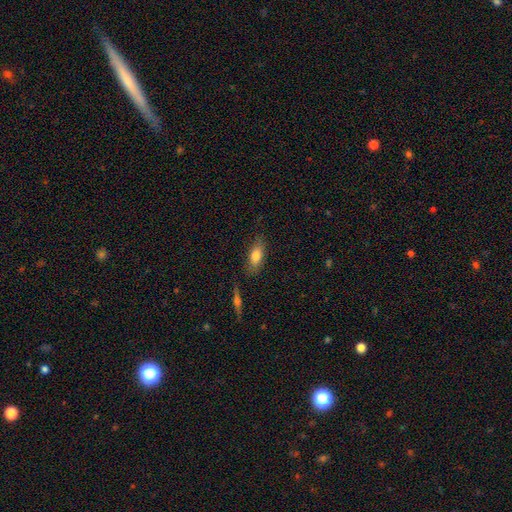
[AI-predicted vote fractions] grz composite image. It shows a smooth galaxy with no disk features (76%) that is in between round and cigar-shaped (76%). Merging: none (78%).